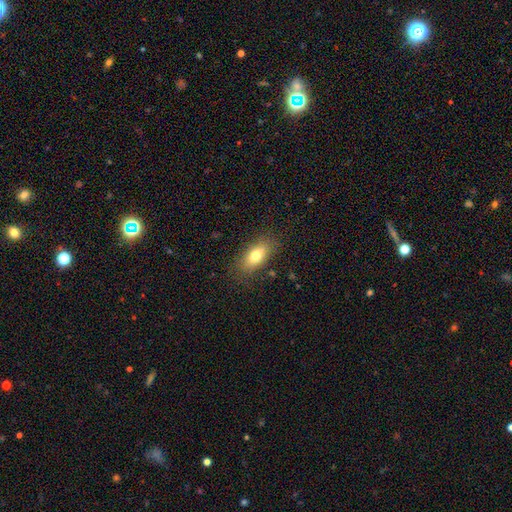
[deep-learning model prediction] Smooth or featured? smooth (75%)
How rounded? in between (81%)
Merging? none (82%)